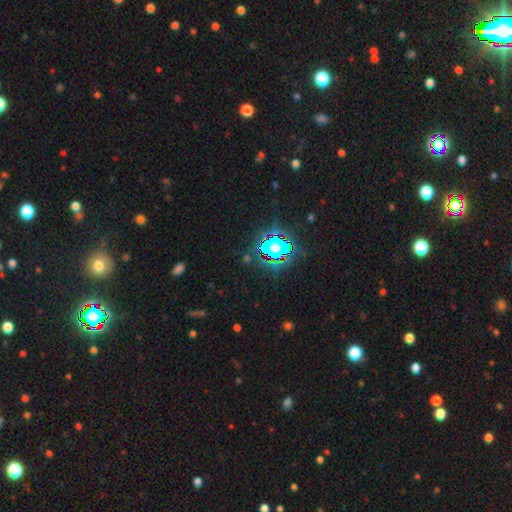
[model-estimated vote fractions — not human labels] This appears to be a star or artifact, not a galaxy (82%).